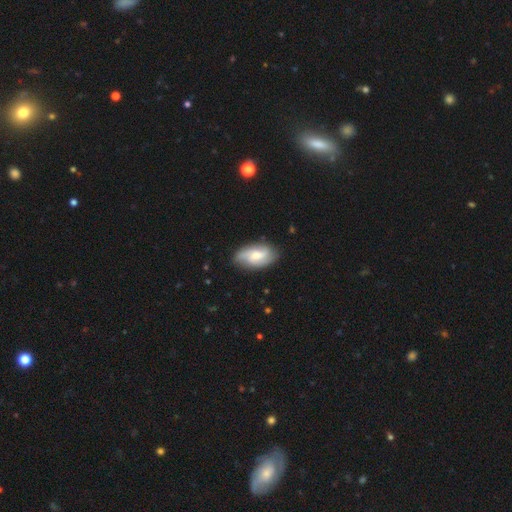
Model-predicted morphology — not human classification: Q: Smooth or featured?
A: featured or disk (55%); runner-up: smooth (38%)
Q: Edge-on disk?
A: no (93%); runner-up: yes (7%)
Q: Bar?
A: no (49%); runner-up: weak (41%)
Q: Spiral arms?
A: yes (88%); runner-up: no (12%)
Q: Bulge size?
A: moderate (47%); runner-up: small (44%)
Q: Merging?
A: none (79%); runner-up: minor disturbance (16%)